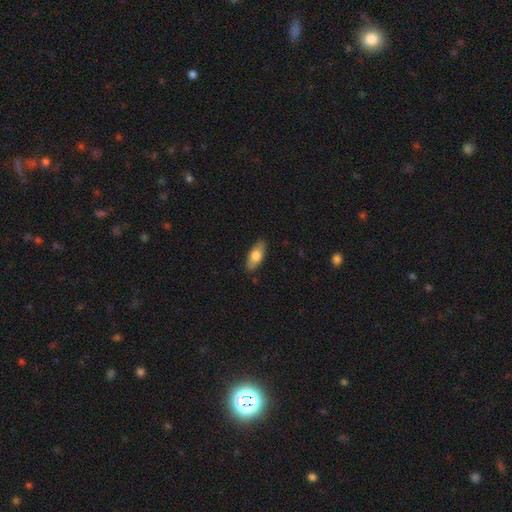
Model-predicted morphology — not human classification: A smooth galaxy with no disk features (72%) that is in between round and cigar-shaped (84%).

Vote fractions:
- Smooth or featured? smooth: 72% / featured or disk: 22% / star or artifact: 6%
- How rounded? in between: 84% / cigar-shaped: 13% / round: 3%
- Merging? none: 85% / minor disturbance: 11% / major disturbance: 2% / merger: 1%